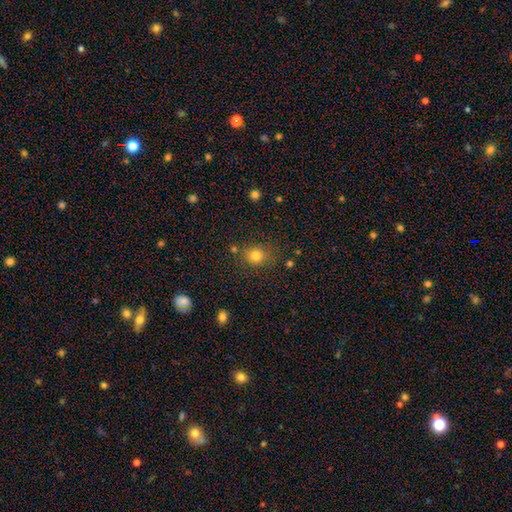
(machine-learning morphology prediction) Overall: smooth (79%). How rounded: round (70%). Merging: none (74%).